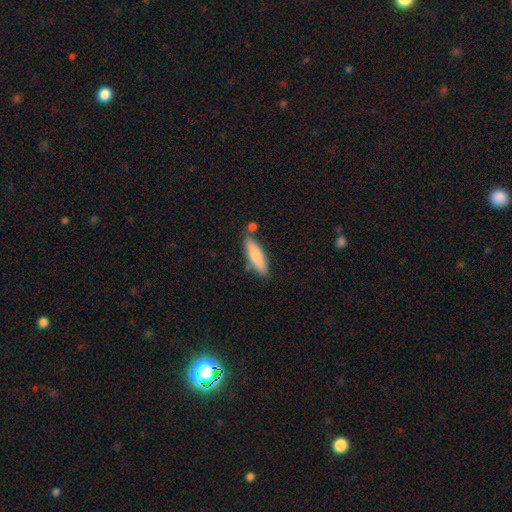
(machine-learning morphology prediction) The model was most divided on "how rounded": cigar-shaped: 65%, in between: 33%, round: 2%. More confident: smooth or featured — smooth (75%); merging — none (72%).